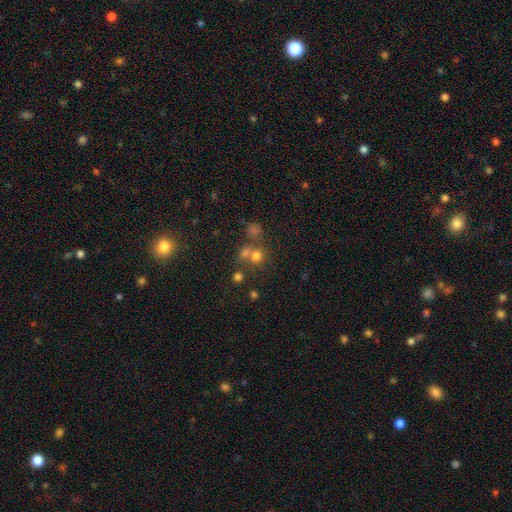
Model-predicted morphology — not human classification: A smooth galaxy with no disk features (54%) that is round (88%). Merging: none (56%).